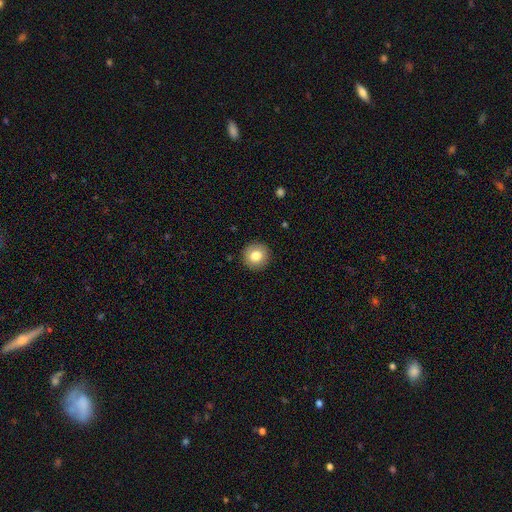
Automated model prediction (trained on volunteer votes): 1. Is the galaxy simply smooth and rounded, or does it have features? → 81% smooth, 10% featured or disk, 9% star or artifact.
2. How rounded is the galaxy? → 94% round, 5% in between, 1% cigar-shaped.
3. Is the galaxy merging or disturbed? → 92% none, 6% minor disturbance, 2% major disturbance, 1% merger.